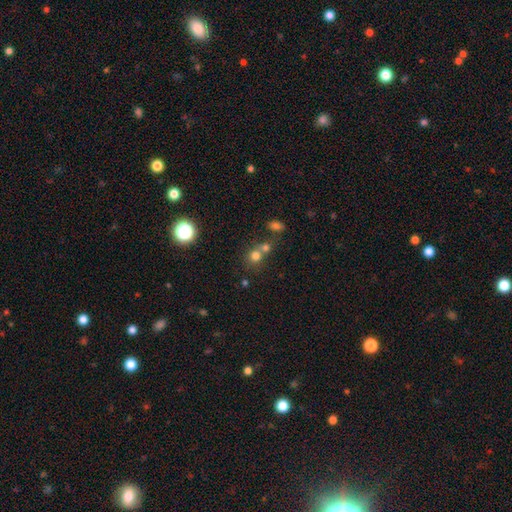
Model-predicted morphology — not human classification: Q: Smooth or featured?
A: smooth (72%); runner-up: star or artifact (18%)
Q: How rounded?
A: round (83%); runner-up: in between (16%)
Q: Merging?
A: merger (45%); tied with: none (45%)